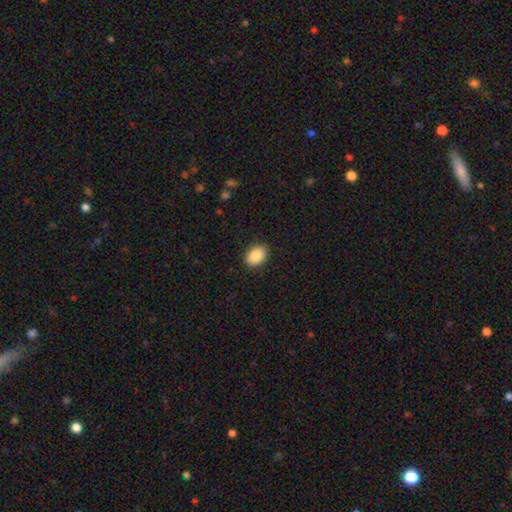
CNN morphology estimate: A smooth galaxy with no disk features (89%) that is in between round and cigar-shaped (84%). Merging: none (87%).